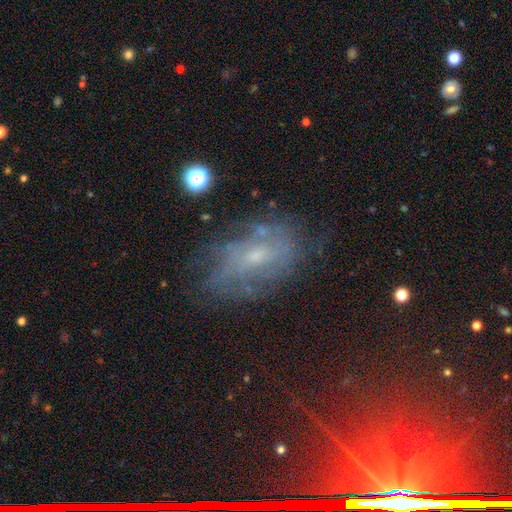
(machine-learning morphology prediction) A featured or disk galaxy (61%) with no bar (60%), spiral arms (66%) and a small central bulge (66%). Merging: none (63%).